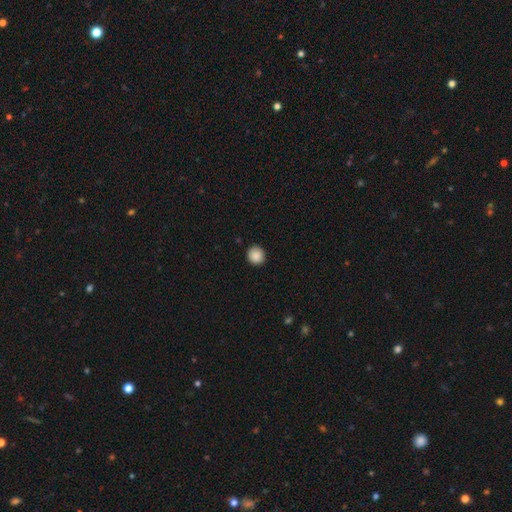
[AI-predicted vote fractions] Overall: smooth (89%). How rounded: round (92%). Merging: none (92%).